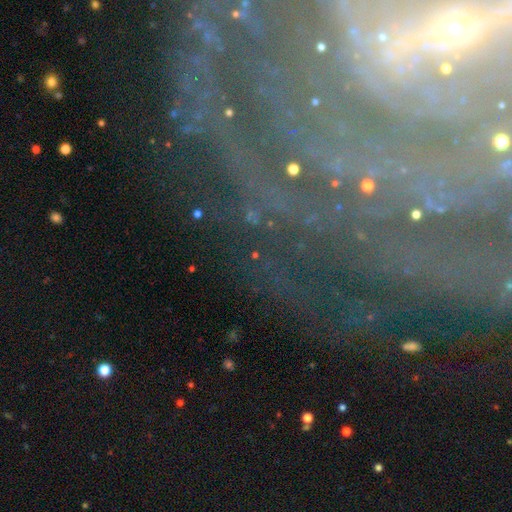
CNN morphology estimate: A star or artifact, not a galaxy (57%).